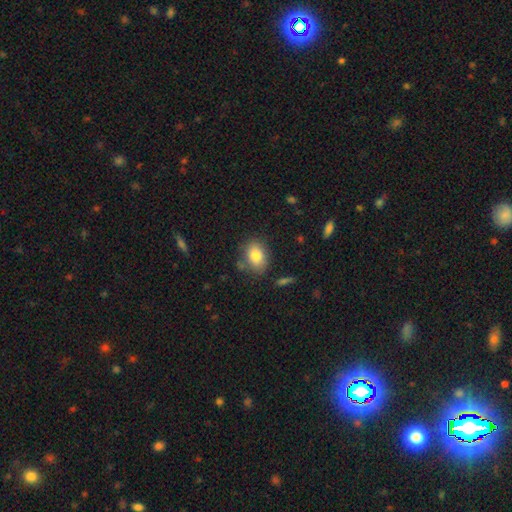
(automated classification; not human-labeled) A smooth galaxy with no disk features (81%) that is in between round and cigar-shaped (72%).

Vote fractions:
- Smooth or featured? smooth: 81% / featured or disk: 10% / star or artifact: 8%
- How rounded? in between: 72% / round: 27% / cigar-shaped: 1%
- Merging? none: 76% / minor disturbance: 15% / merger: 4% / major disturbance: 4%